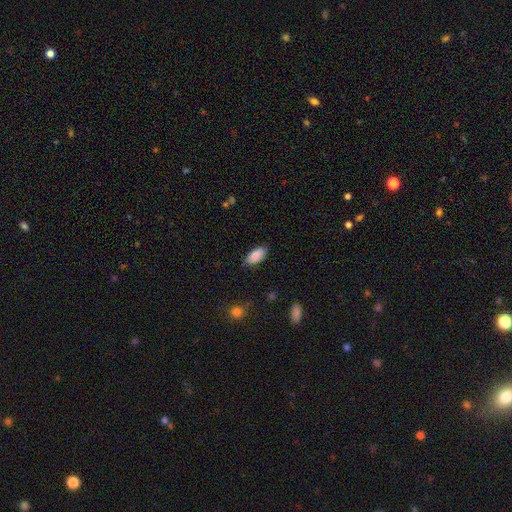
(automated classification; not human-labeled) A smooth galaxy with no disk features (89%) that is in between round and cigar-shaped (92%).

Vote fractions:
- Smooth or featured? smooth: 89% / star or artifact: 6% / featured or disk: 5%
- How rounded? in between: 92% / cigar-shaped: 6% / round: 2%
- Merging? none: 85% / minor disturbance: 11% / major disturbance: 3% / merger: 1%